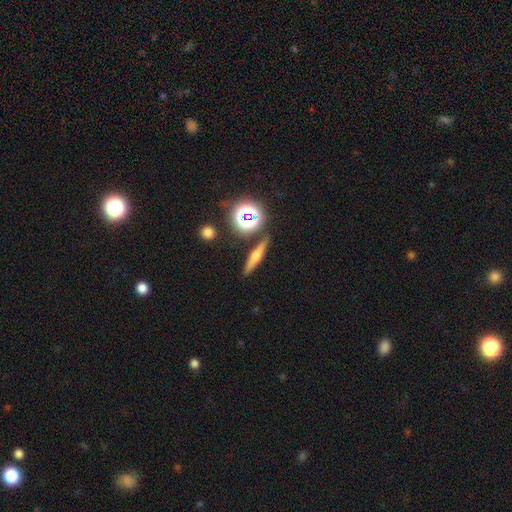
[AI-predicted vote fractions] Overall: featured or disk (49%; smooth 35%). Merging: none (87%).